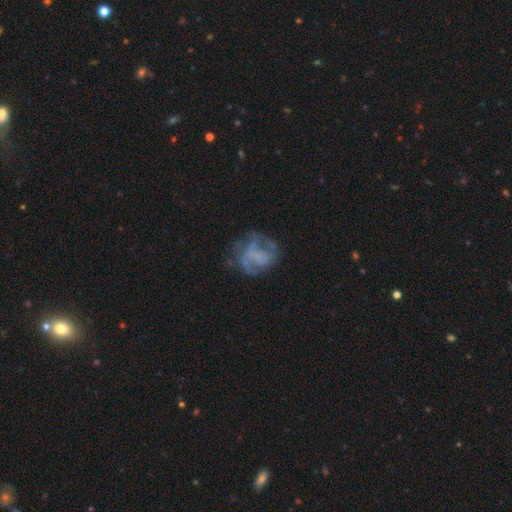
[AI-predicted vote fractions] The model was most divided on "spiral arms": no: 54%, yes: 46%. Remaining: edge-on disk — no (98%); bar — no (76%); bulge size — none (72%); smooth or featured — featured or disk (60%); merging — none (49%).